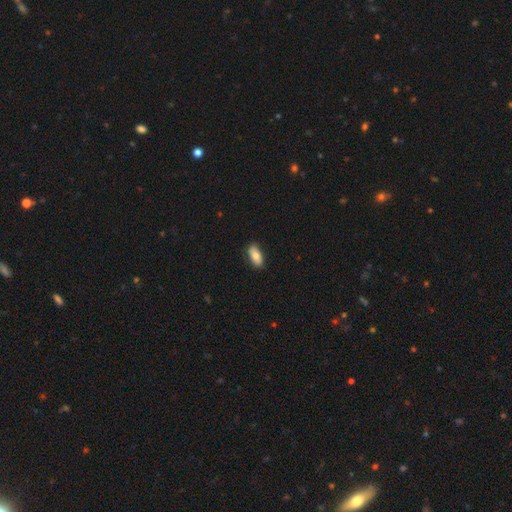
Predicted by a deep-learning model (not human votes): Q: Smooth or featured?
A: smooth (77%); runner-up: featured or disk (17%)
Q: How rounded?
A: in between (88%); runner-up: cigar-shaped (8%)
Q: Merging?
A: none (84%); runner-up: minor disturbance (13%)